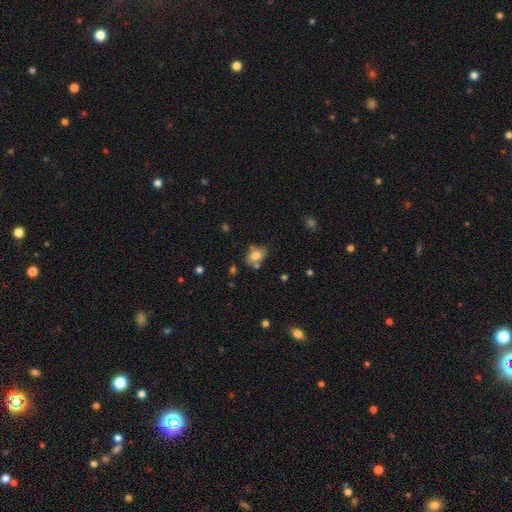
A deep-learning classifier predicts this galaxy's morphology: Overall: smooth (71%). How rounded: in between (76%). Merging: none (54%; minor disturbance 20%).